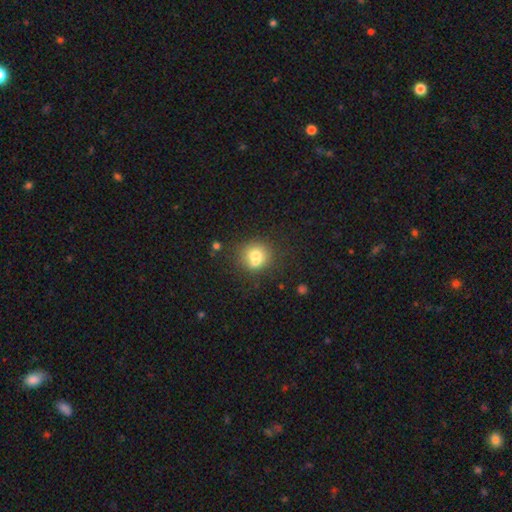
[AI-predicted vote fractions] smooth_or_featured: smooth (p=0.72) [alt: featured or disk p=0.17]
how_rounded: round (p=0.82) [alt: in between p=0.17]
merging: none (p=0.50) [alt: merger p=0.31]